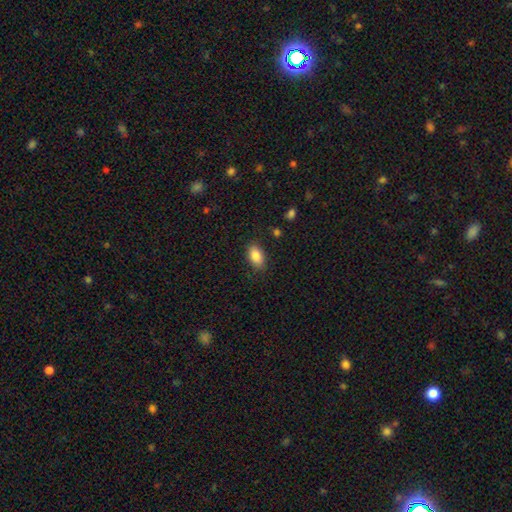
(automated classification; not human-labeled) A smooth galaxy with no disk features (87%) that is in between round and cigar-shaped (92%).

Vote fractions:
- Smooth or featured? smooth: 87% / star or artifact: 8% / featured or disk: 6%
- How rounded? in between: 92% / round: 5% / cigar-shaped: 3%
- Merging? none: 85% / minor disturbance: 11% / major disturbance: 3% / merger: 1%